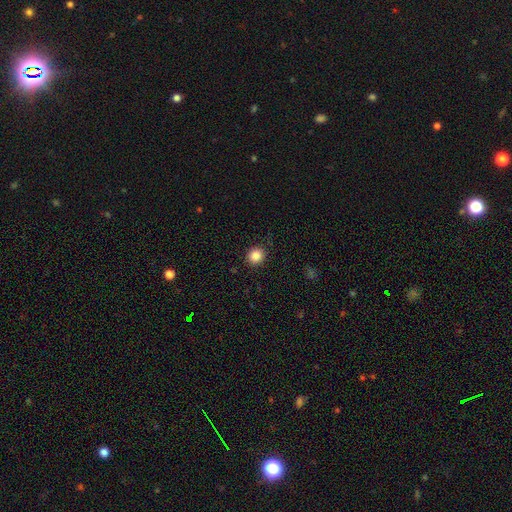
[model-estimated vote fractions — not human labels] This is clearly a smooth galaxy (85%). How rounded: clearly round (85%). Merging: clearly none (90%).